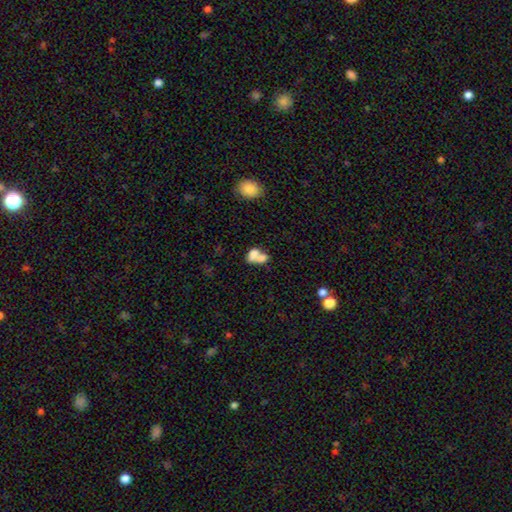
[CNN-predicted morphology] Smooth or featured?
  - smooth: 73% *
  - featured or disk: 17%
  - star or artifact: 9%
How rounded?
  - in between: 77% *
  - round: 21%
  - cigar-shaped: 2%
Merging?
  - merger: 69% *
  - none: 19%
  - minor disturbance: 7%
  - major disturbance: 5%